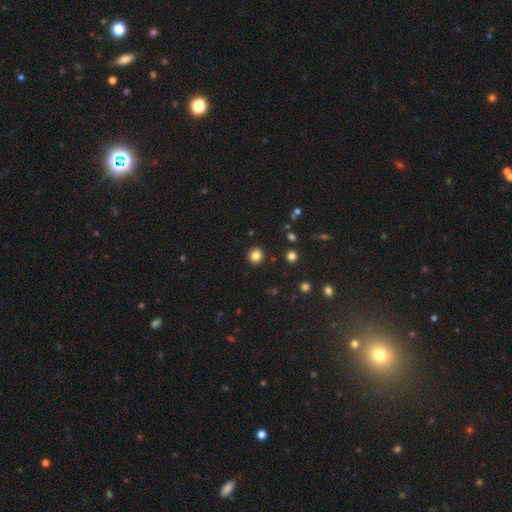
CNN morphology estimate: smooth_or_featured: smooth (p=0.83) [alt: star or artifact p=0.12]
how_rounded: round (p=0.85) [alt: in between p=0.14]
merging: none (p=0.90) [alt: minor disturbance p=0.06]